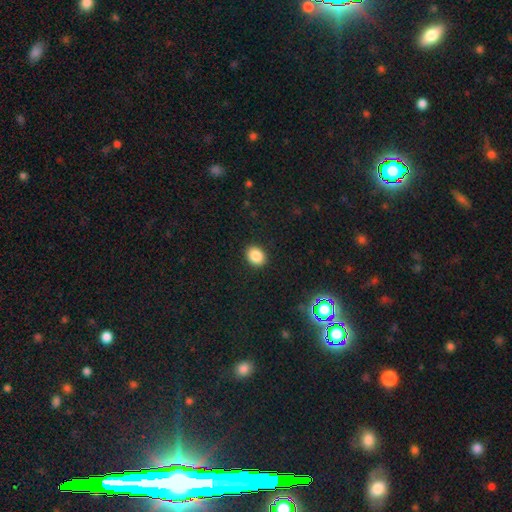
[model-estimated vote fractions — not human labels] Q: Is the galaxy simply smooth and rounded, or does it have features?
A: smooth — 86%.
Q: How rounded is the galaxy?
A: in between — 52%.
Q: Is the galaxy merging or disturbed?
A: none — 90%.